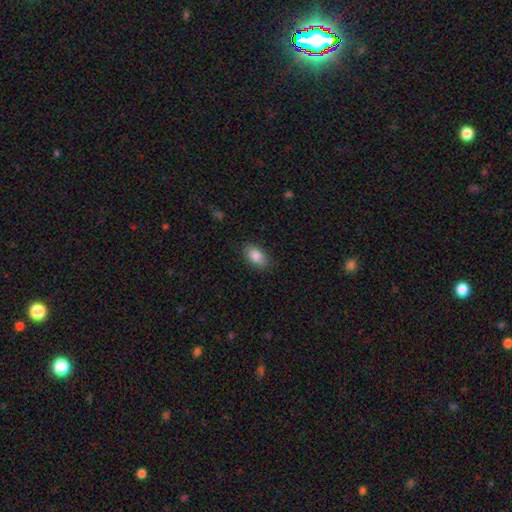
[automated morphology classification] smooth-or-featured: smooth: 84% | featured or disk: 8% | star or artifact: 7%
  how-rounded: in between: 91% | round: 6% | cigar-shaped: 2%
  merging: none: 85% | minor disturbance: 11% | major disturbance: 3% | merger: 1%